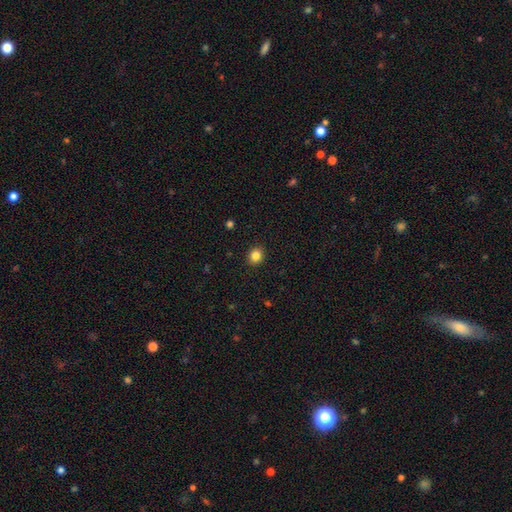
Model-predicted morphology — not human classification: smooth_or_featured: smooth (p=0.84) [alt: star or artifact p=0.11]
how_rounded: round (p=0.77) [alt: in between p=0.22]
merging: none (p=0.92) [alt: minor disturbance p=0.06]